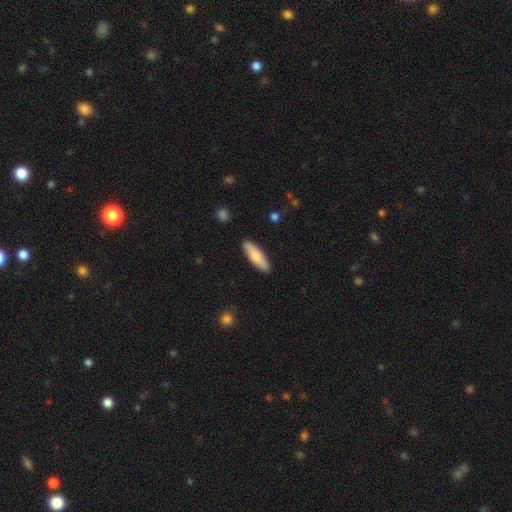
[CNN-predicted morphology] Smooth or featured: smooth — 77% (featured or disk — 18%)
How rounded: in between — 49% (tied with cigar-shaped — 49%)
Merging: none — 88% (minor disturbance — 9%)